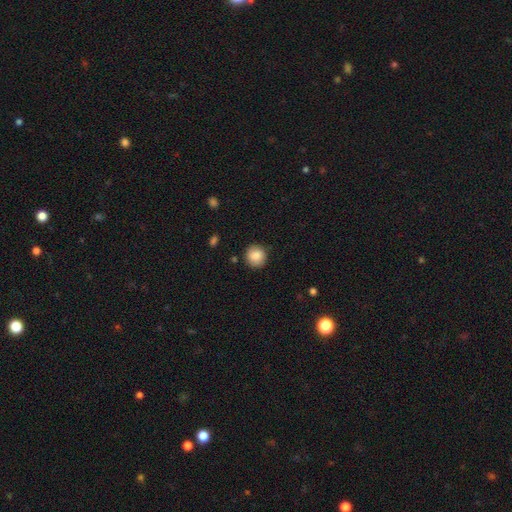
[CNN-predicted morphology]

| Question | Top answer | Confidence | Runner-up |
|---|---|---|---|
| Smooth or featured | smooth | 86% | star or artifact (8%) |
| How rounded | round | 89% | in between (10%) |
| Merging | none | 87% | minor disturbance (9%) |